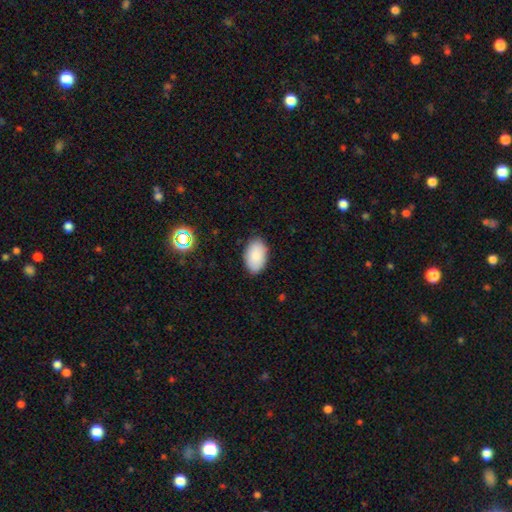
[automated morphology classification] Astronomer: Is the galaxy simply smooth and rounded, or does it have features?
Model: smooth — 88%.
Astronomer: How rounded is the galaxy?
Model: in between — 94%.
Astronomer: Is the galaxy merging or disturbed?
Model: none — 87%.